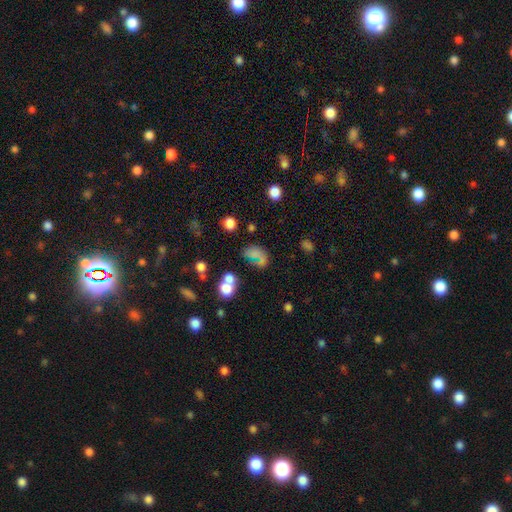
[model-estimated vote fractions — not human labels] A smooth galaxy with no disk features (59%) that is in between round and cigar-shaped (73%). Merging: none (36%).